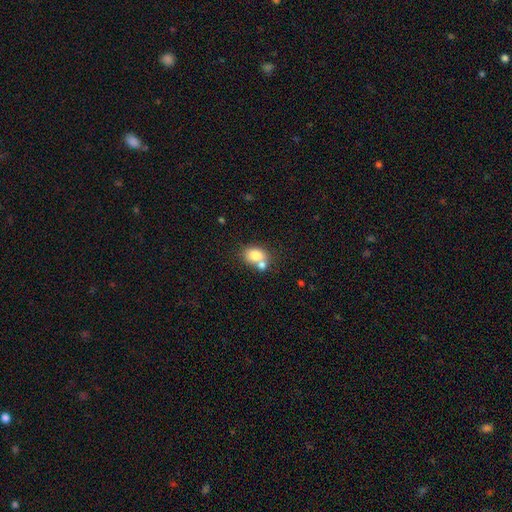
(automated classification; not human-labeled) This appears to be a smooth galaxy with no disk features (78%) that is in between round and cigar-shaped (56%). Merging: none (44%).